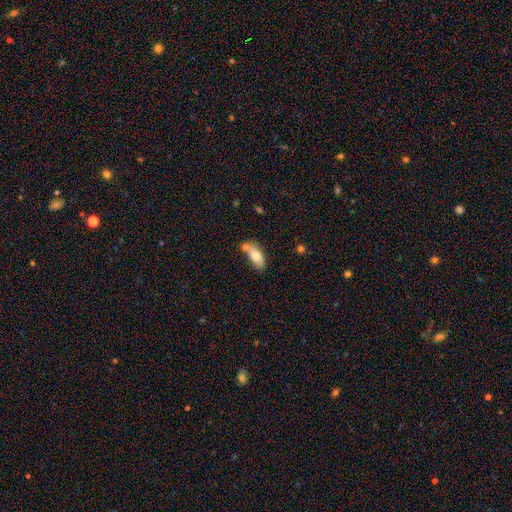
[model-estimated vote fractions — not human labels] A smooth galaxy with no disk features (74%) that is in between round and cigar-shaped (85%).

Vote fractions:
- Smooth or featured? smooth: 74% / featured or disk: 18% / star or artifact: 7%
- How rounded? in between: 85% / cigar-shaped: 12% / round: 3%
- Merging? none: 46% / merger: 30% / minor disturbance: 19% / major disturbance: 6%